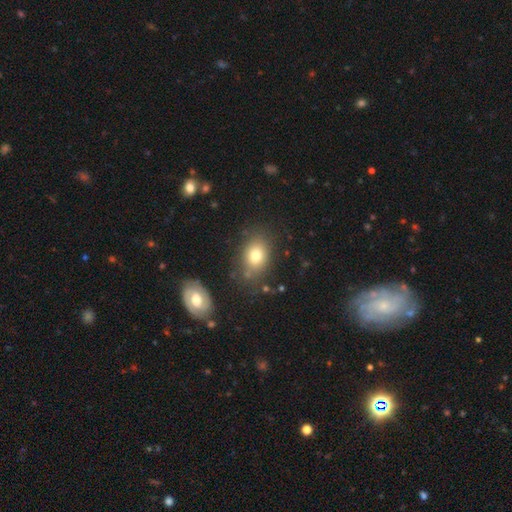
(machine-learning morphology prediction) This appears to be a smooth galaxy with no disk features (77%) that is in between round and cigar-shaped (67%). Merging: none (74%).